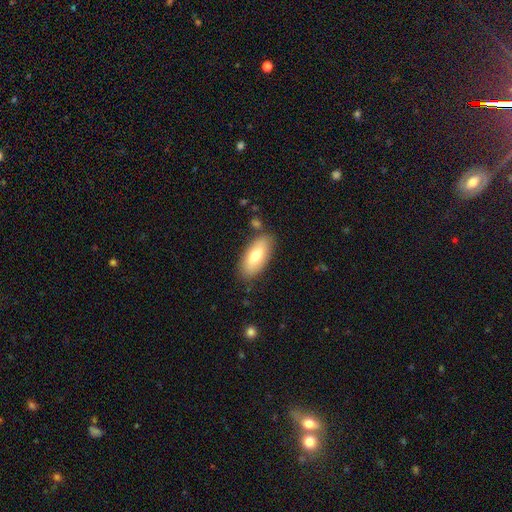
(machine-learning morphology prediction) smooth_or_featured: smooth (p=0.73) [alt: featured or disk p=0.21]
how_rounded: in between (p=0.87) [alt: cigar-shaped p=0.11]
merging: none (p=0.81) [alt: minor disturbance p=0.13]